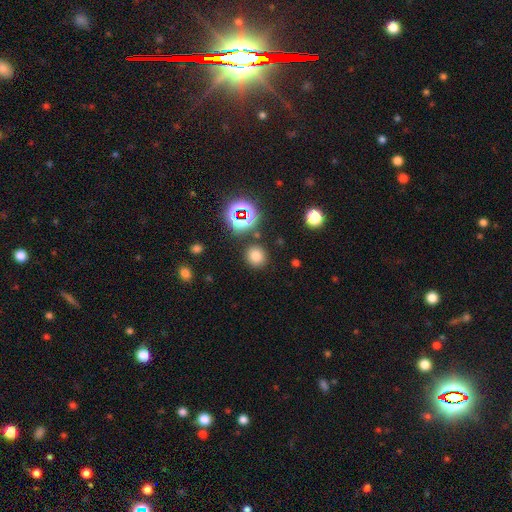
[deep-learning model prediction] A smooth galaxy with no disk features (73%) that is round (88%).

Vote fractions:
- Smooth or featured? smooth: 73% / star or artifact: 20% / featured or disk: 7%
- How rounded? round: 88% / in between: 11% / cigar-shaped: 1%
- Merging? none: 86% / minor disturbance: 7% / merger: 4% / major disturbance: 3%